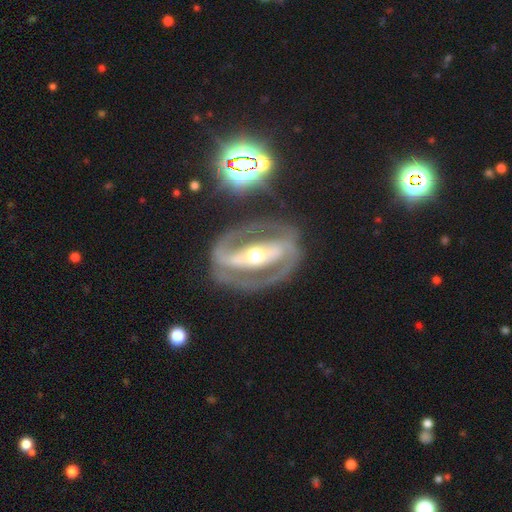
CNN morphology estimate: This is clearly a featured or disk galaxy (88%). It is clearly not viewed edge-on (94%). Bar: likely strong (77%). Spiral arm pattern: clearly yes (82%). Spiral arm count: clearly 2 (90%). Spiral winding: possibly medium (45%). Central bulge: likely moderate (68%). Merging: likely none (79%).